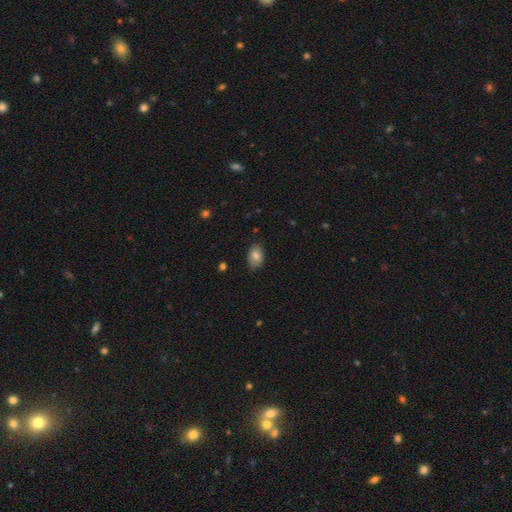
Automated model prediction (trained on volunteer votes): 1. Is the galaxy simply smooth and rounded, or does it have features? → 80% smooth, 12% featured or disk, 8% star or artifact.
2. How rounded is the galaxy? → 85% in between, 14% round, 1% cigar-shaped.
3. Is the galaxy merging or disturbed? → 82% none, 14% minor disturbance, 2% major disturbance, 1% merger.